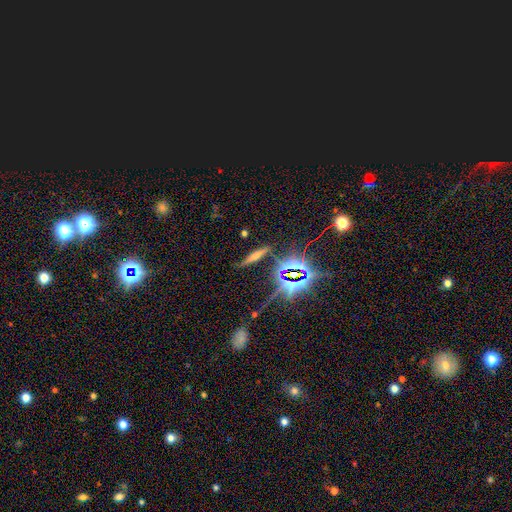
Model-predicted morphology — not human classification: type=smooth (40%); merging=none (77%).